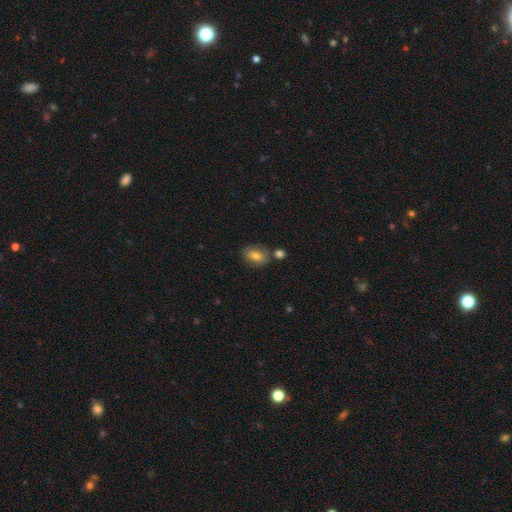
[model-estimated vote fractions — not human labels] A smooth galaxy with no disk features (73%) that is in between round and cigar-shaped (72%).

Vote fractions:
- Smooth or featured? smooth: 73% / featured or disk: 18% / star or artifact: 9%
- How rounded? in between: 72% / round: 26% / cigar-shaped: 2%
- Merging? none: 69% / minor disturbance: 15% / merger: 12% / major disturbance: 4%